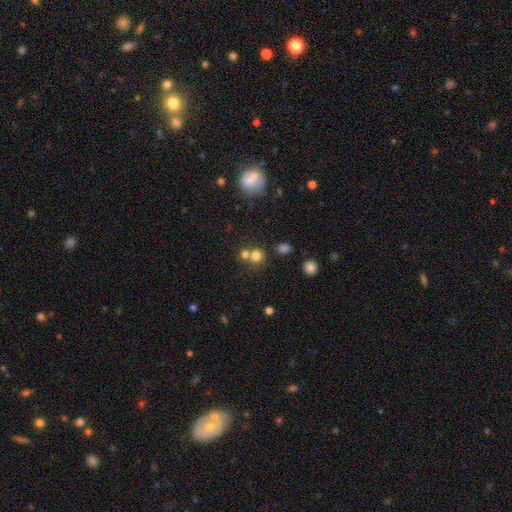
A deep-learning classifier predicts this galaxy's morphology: Smooth or featured?
  - smooth: 74% *
  - star or artifact: 16%
  - featured or disk: 9%
How rounded?
  - round: 85% *
  - in between: 14%
  - cigar-shaped: 1%
Merging?
  - none: 51% *
  - merger: 39%
  - minor disturbance: 7%
  - major disturbance: 3%